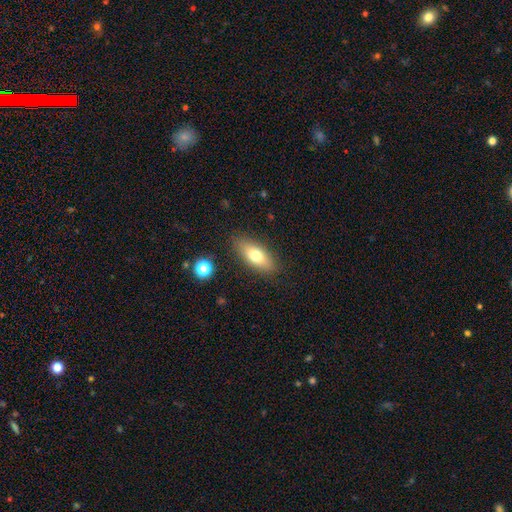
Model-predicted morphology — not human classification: A smooth galaxy with no disk features (72%) that is in between round and cigar-shaped (78%).

Vote fractions:
- Smooth or featured? smooth: 72% / featured or disk: 20% / star or artifact: 8%
- How rounded? in between: 78% / cigar-shaped: 18% / round: 4%
- Merging? none: 85% / minor disturbance: 11% / major disturbance: 3% / merger: 2%